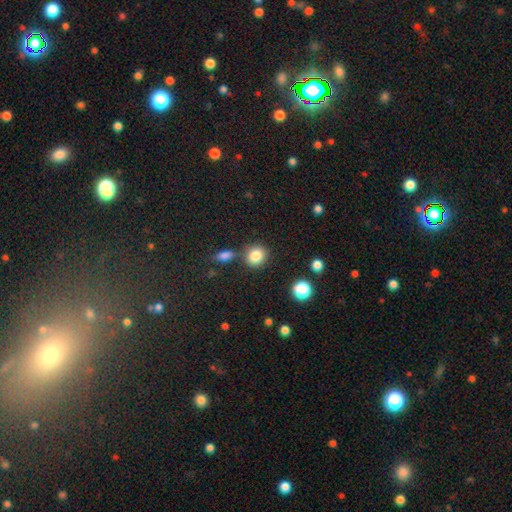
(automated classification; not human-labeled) The model was most divided on "how rounded": round: 78%, in between: 21%, cigar-shaped: 1%. More confident: smooth or featured — smooth (84%); merging — none (76%).